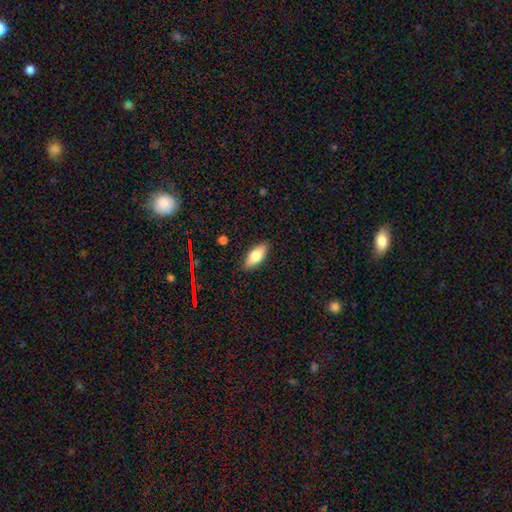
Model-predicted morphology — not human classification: Smooth or featured? Predicted: smooth (p=0.76). How rounded? Predicted: in between (p=0.86). Merging? Predicted: none (p=0.87).